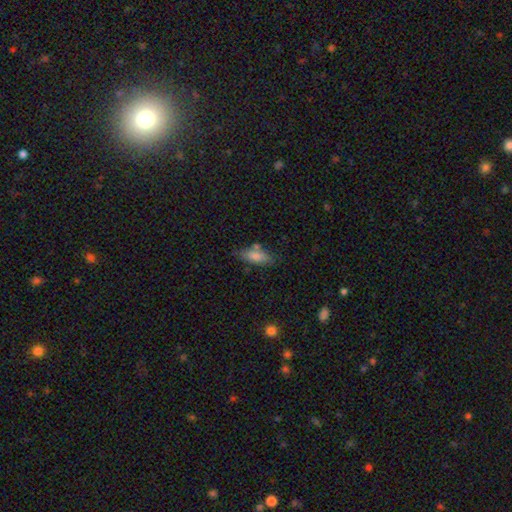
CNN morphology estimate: This is likely a smooth galaxy (78%). How rounded: likely in between (75%). Merging: likely none (62%).